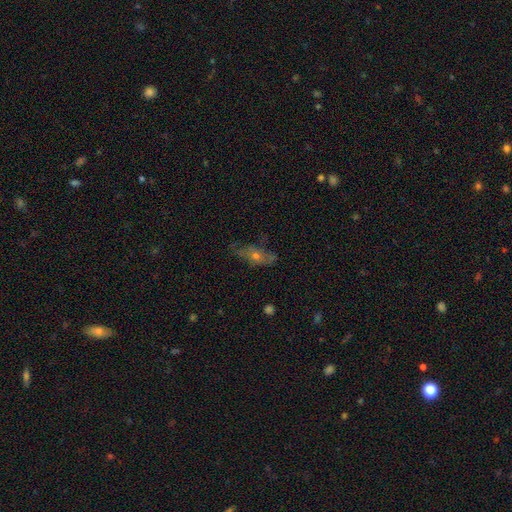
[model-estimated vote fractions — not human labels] Smooth or featured?
  - featured or disk: 47% *
  - smooth: 40%
  - star or artifact: 13%
Merging?
  - none: 60% *
  - minor disturbance: 26%
  - major disturbance: 11%
  - merger: 3%